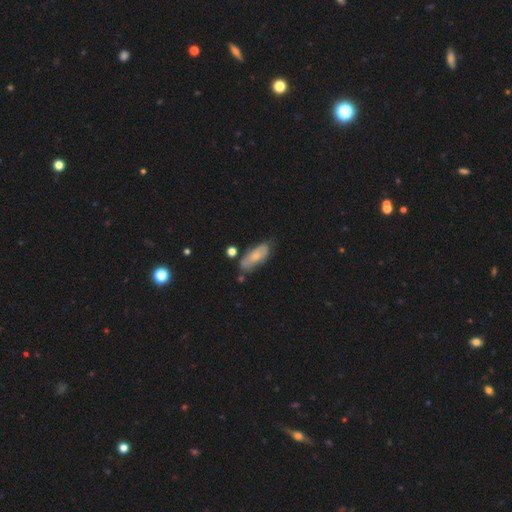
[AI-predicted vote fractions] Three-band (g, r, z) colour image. It shows a smooth galaxy with no disk features (60%) that is in between round and cigar-shaped (80%). Merging: none (63%).